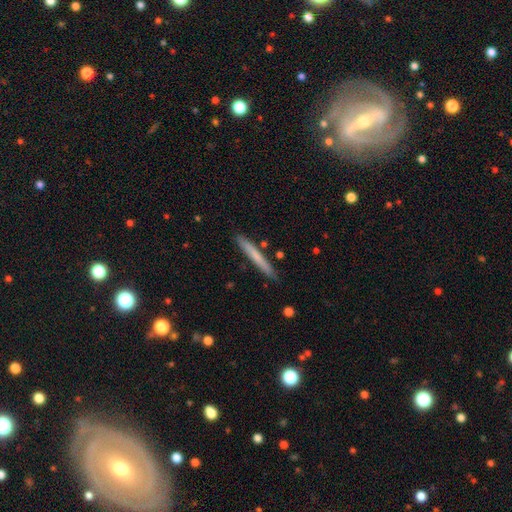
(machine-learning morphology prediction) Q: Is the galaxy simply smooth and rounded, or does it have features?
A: smooth — 66%.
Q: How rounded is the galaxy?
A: cigar-shaped — 97%.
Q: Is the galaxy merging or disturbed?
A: none — 89%.